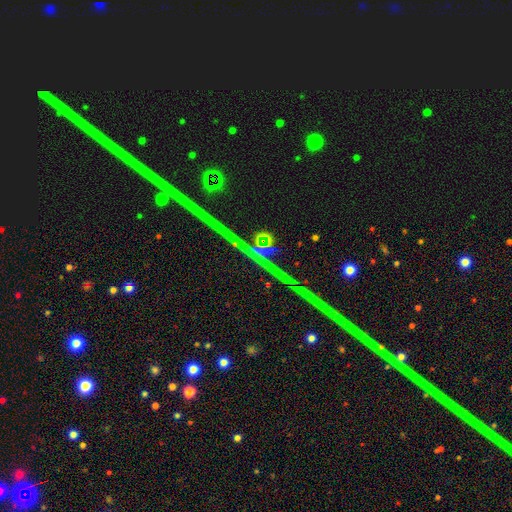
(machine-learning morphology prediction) Smooth or featured? Predicted: star or artifact (p=0.86).